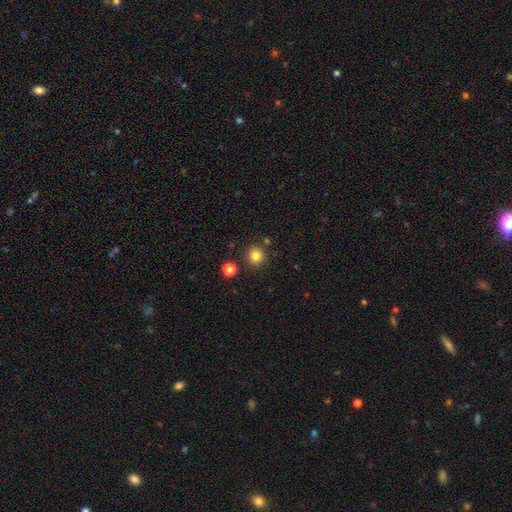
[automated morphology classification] A smooth galaxy with no disk features (83%) that is round (93%). Merging: none (87%).